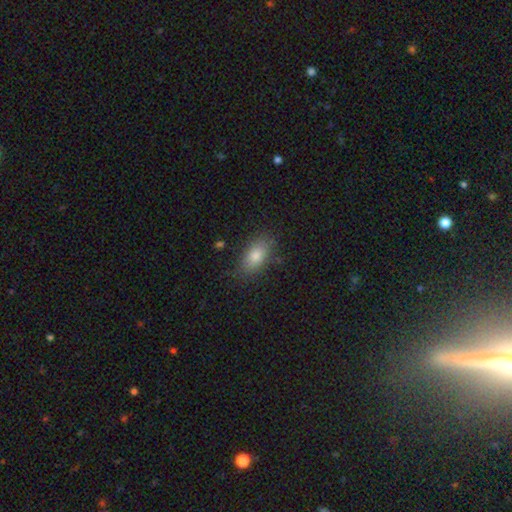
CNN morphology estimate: Smooth or featured? Predicted: smooth (p=0.81). How rounded? Predicted: in between (p=0.88). Merging? Predicted: none (p=0.81).